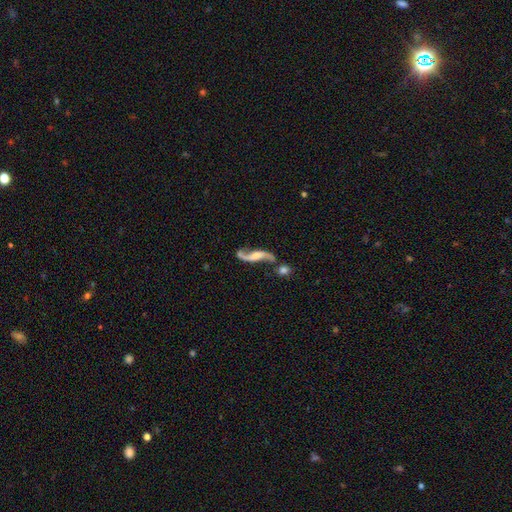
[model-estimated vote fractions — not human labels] A featured or disk galaxy (85%) with no bar (50%), 2 (93%) loose (90%) spiral arms (95%) and a moderate central bulge (37%). Merging: none (52%).